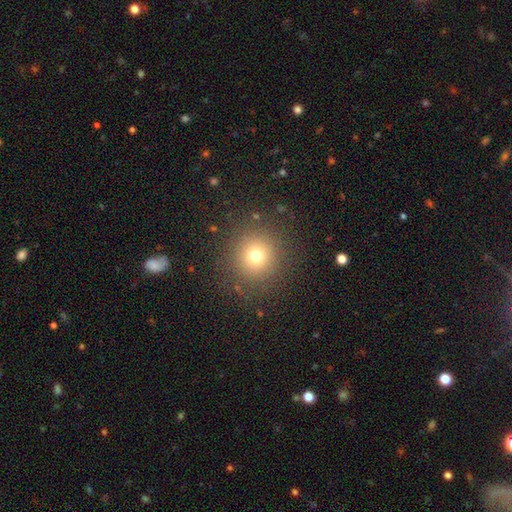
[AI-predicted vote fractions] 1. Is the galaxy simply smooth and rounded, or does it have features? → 72% smooth, 18% star or artifact, 10% featured or disk.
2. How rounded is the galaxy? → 93% round, 6% in between, 1% cigar-shaped.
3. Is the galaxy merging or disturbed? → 87% none, 7% minor disturbance, 5% major disturbance, 1% merger.